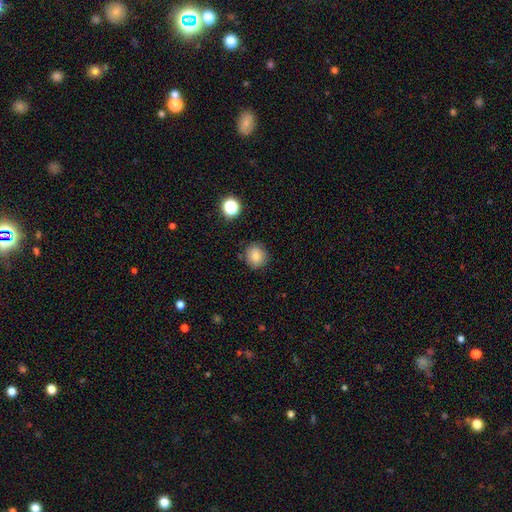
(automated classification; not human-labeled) Smooth or featured? smooth (82%)
How rounded? round (87%)
Merging? none (84%)